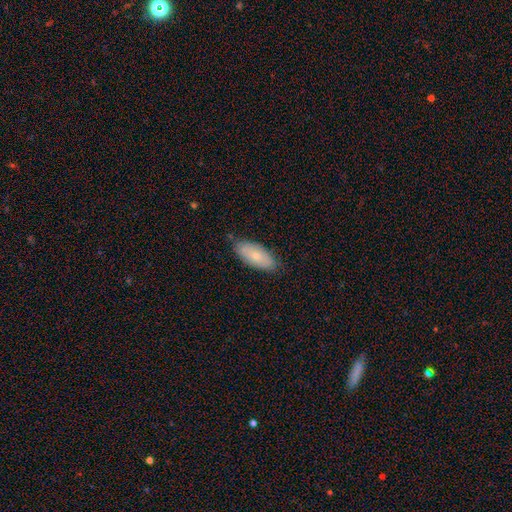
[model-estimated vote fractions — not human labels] The model was most divided on "smooth or featured": smooth: 69%, featured or disk: 25%, star or artifact: 6%. More confident: how rounded — in between (86%); merging — none (80%).